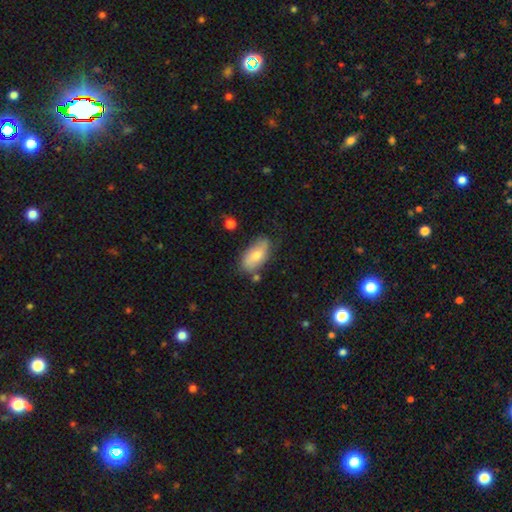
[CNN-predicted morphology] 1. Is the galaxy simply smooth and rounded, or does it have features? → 69% smooth, 25% featured or disk, 6% star or artifact.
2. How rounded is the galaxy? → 90% in between, 7% cigar-shaped, 3% round.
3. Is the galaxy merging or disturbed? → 65% none, 24% minor disturbance, 6% major disturbance, 5% merger.